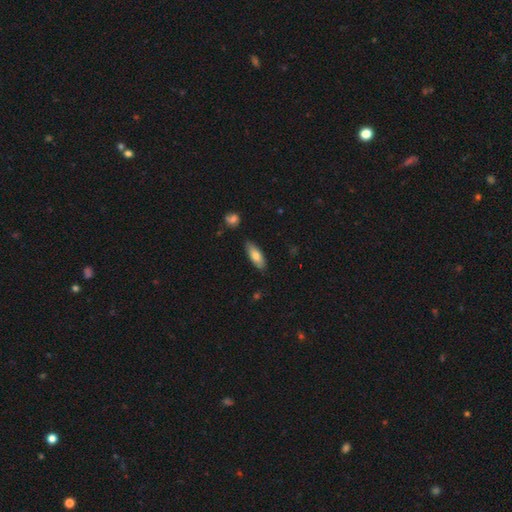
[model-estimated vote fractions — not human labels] A smooth galaxy with no disk features (74%) that is in between round and cigar-shaped (68%).

Vote fractions:
- Smooth or featured? smooth: 74% / featured or disk: 20% / star or artifact: 6%
- How rounded? in between: 68% / cigar-shaped: 30% / round: 2%
- Merging? none: 86% / minor disturbance: 11% / major disturbance: 2% / merger: 2%